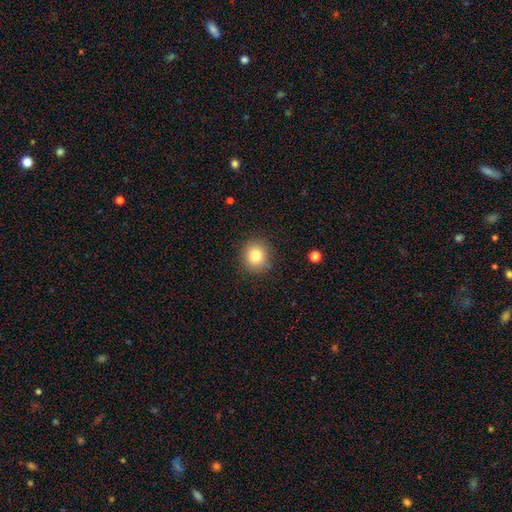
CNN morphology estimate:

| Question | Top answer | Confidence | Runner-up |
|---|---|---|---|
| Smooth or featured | smooth | 81% | star or artifact (11%) |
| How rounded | round | 87% | in between (12%) |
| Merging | none | 89% | minor disturbance (8%) |